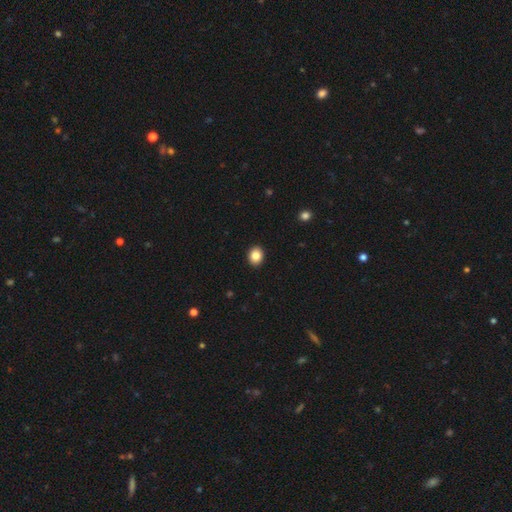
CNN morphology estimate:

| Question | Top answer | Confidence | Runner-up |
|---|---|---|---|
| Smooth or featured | smooth | 86% | star or artifact (9%) |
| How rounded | round | 56% | in between (43%) |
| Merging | none | 92% | minor disturbance (6%) |